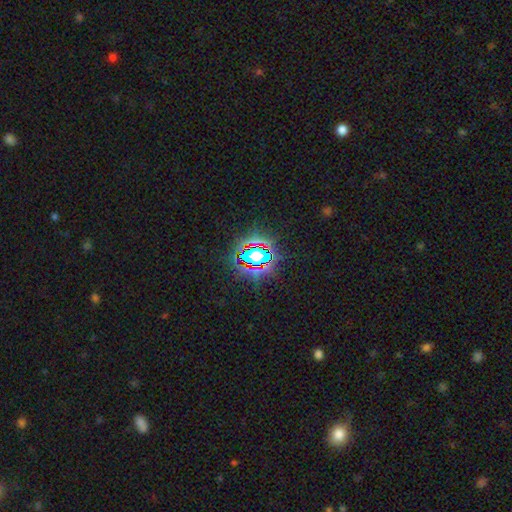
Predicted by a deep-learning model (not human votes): Morphology: type=star or artifact (72%).